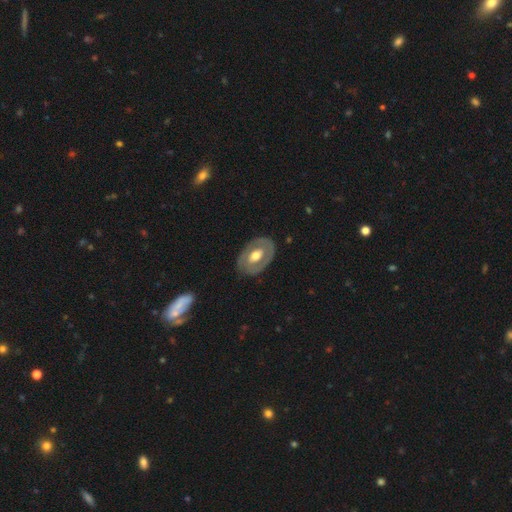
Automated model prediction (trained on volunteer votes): smooth-or-featured: featured or disk: 60% | smooth: 35% | star or artifact: 5%
  disk-edge-on: no: 92% | yes: 8%
    bar: no: 60% | weak: 28% | strong: 12%
    has-spiral-arms: no: 73% | yes: 27%
    bulge-size: moderate: 65% | large: 25% | small: 7% | dominant: 1% | none: 1%
  merging: none: 80% | minor disturbance: 14% | major disturbance: 5% | merger: 1%